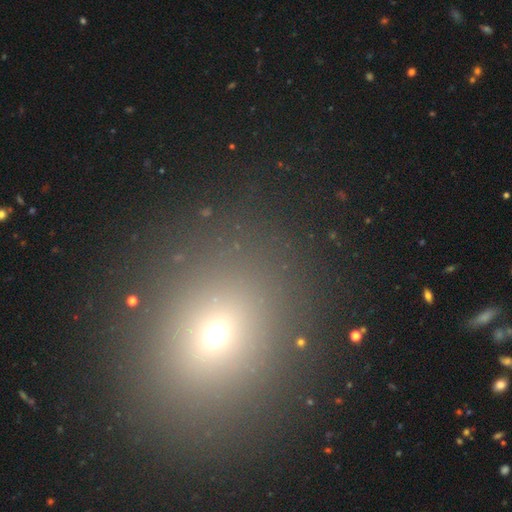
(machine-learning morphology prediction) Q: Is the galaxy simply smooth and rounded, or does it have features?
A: smooth — 59%.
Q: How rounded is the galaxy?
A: round — 67%.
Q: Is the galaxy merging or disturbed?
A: none — 88%.